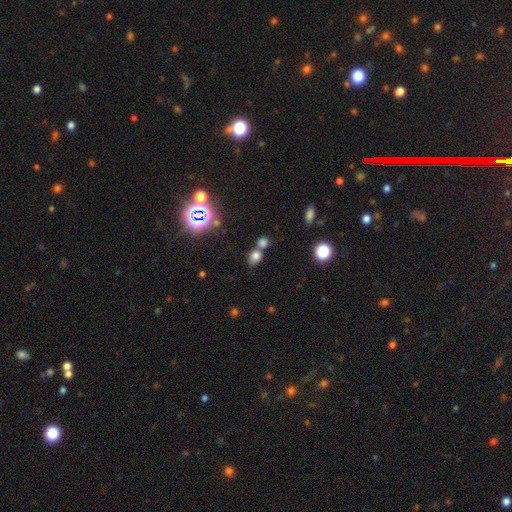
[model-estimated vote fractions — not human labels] A smooth galaxy with no disk features (70%) that is round (53%).

Vote fractions:
- Smooth or featured? smooth: 70% / star or artifact: 22% / featured or disk: 8%
- How rounded? round: 53% / in between: 45% / cigar-shaped: 2%
- Merging? none: 49% / merger: 38% / minor disturbance: 9% / major disturbance: 4%